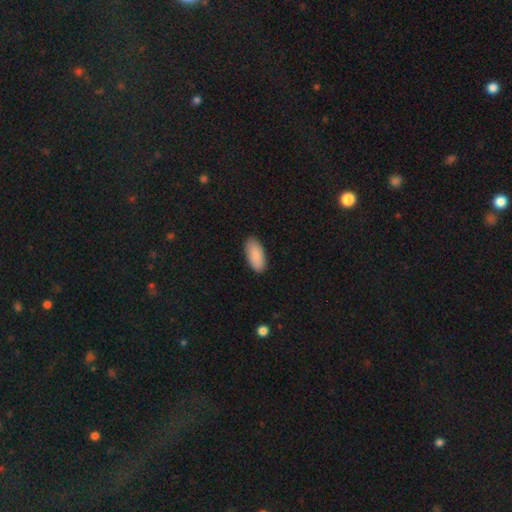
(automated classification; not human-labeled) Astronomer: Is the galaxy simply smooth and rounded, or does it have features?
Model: smooth — 90%.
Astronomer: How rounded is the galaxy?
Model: in between — 90%.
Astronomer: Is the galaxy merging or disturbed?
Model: none — 88%.